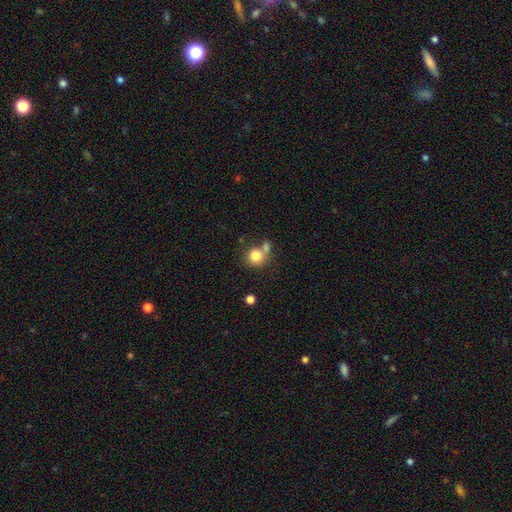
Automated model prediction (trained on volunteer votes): A smooth galaxy with no disk features (80%) that is round (87%).

Vote fractions:
- Smooth or featured? smooth: 80% / star or artifact: 10% / featured or disk: 10%
- How rounded? round: 87% / in between: 12% / cigar-shaped: 1%
- Merging? none: 51% / merger: 33% / minor disturbance: 11% / major disturbance: 5%